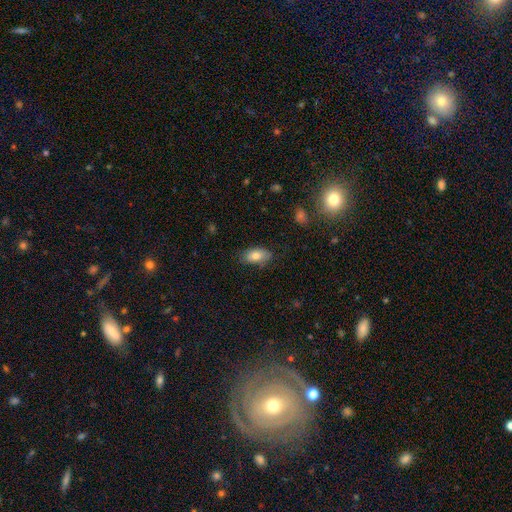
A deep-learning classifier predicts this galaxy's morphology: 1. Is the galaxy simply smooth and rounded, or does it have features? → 79% smooth, 14% featured or disk, 7% star or artifact.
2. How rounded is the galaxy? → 92% in between, 5% round, 3% cigar-shaped.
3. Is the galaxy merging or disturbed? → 78% none, 17% minor disturbance, 3% major disturbance, 1% merger.